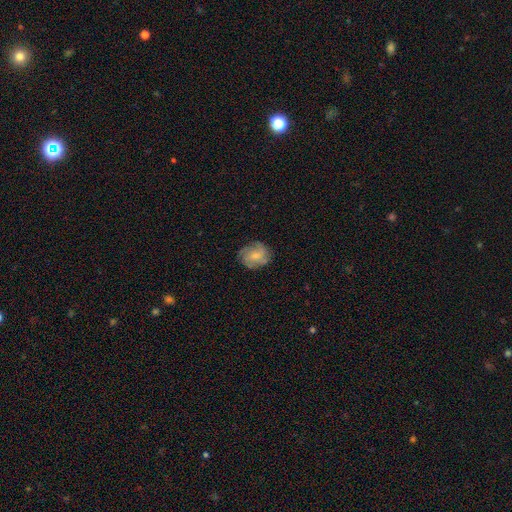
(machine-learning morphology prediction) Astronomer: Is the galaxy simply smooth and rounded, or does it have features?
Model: featured or disk — 54% (runner-up: smooth, 38%).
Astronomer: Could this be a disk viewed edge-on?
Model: no — 97%.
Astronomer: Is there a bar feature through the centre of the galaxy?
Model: no — 55% (runner-up: weak, 38%).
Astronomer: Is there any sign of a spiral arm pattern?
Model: yes — 86%.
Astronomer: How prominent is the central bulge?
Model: small — 52% (runner-up: moderate, 37%).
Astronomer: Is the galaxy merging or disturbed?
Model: none — 75%.